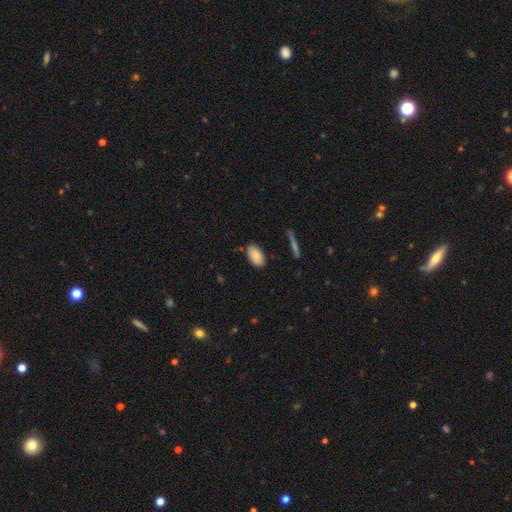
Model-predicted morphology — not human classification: Smooth or featured? smooth (88%)
How rounded? in between (94%)
Merging? none (83%)